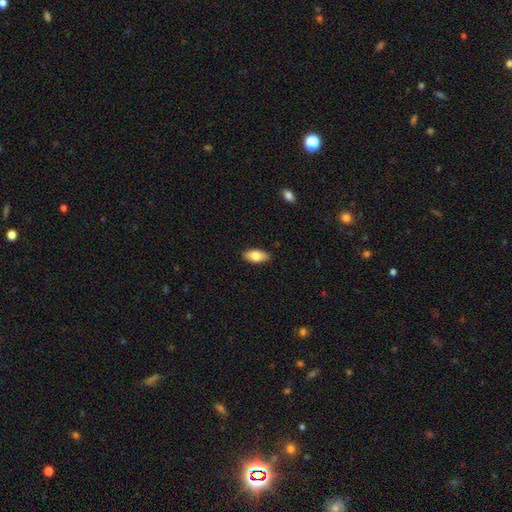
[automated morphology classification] Smooth or featured? Predicted: smooth (p=0.79). How rounded? Predicted: in between (p=0.90). Merging? Predicted: none (p=0.88).